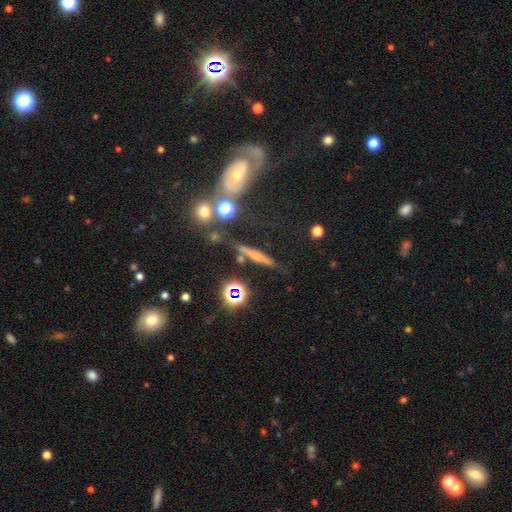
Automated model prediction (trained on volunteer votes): Smooth or featured? featured or disk (45%)
Merging? none (72%)